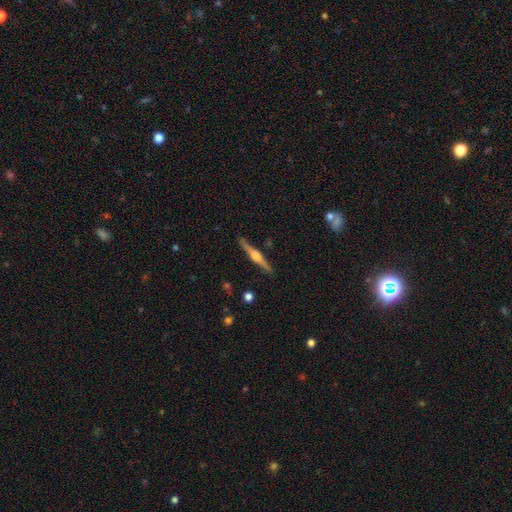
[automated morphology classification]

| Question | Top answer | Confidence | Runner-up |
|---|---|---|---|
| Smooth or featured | featured or disk | 80% | smooth (14%) |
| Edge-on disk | yes | 98% | no (2%) |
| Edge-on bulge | rounded | 85% | boxy (12%) |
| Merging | none | 91% | minor disturbance (6%) |